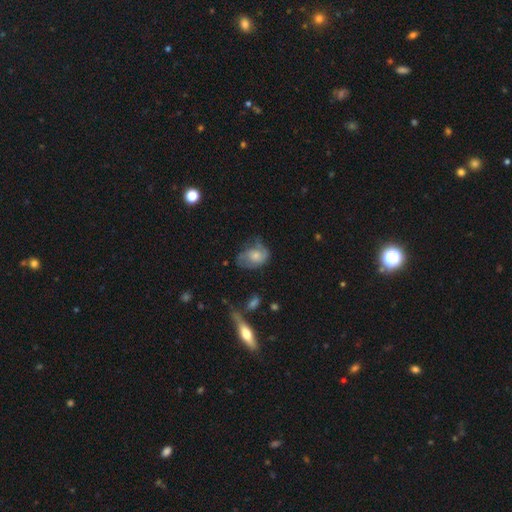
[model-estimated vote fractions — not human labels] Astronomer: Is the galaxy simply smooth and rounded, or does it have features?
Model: smooth — 46%, tied with featured or disk at 46%.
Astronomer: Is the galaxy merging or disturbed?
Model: none — 43% (runner-up: minor disturbance, 32%).